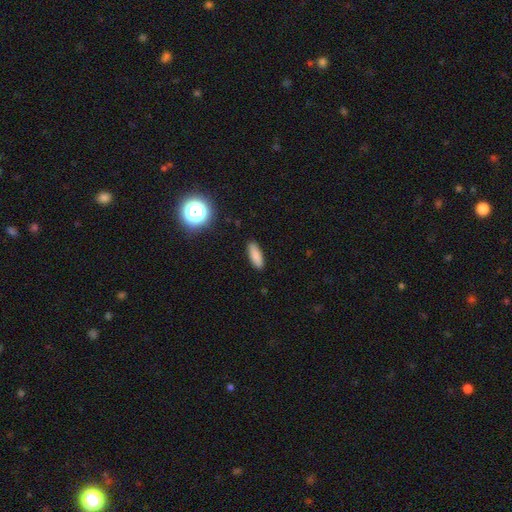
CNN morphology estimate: Q: Smooth or featured?
A: smooth (84%); runner-up: star or artifact (9%)
Q: How rounded?
A: in between (55%); runner-up: cigar-shaped (42%)
Q: Merging?
A: none (88%); runner-up: minor disturbance (8%)